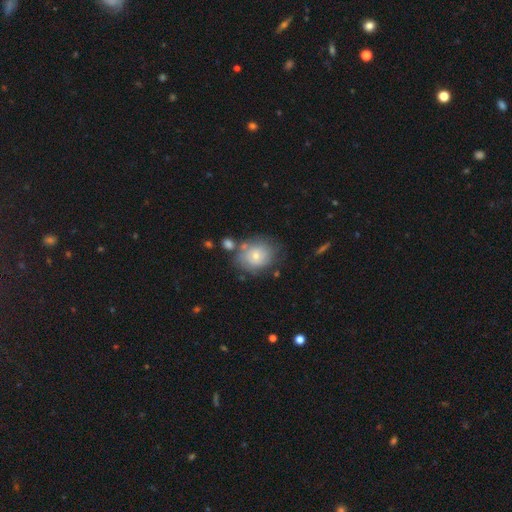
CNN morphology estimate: smooth-or-featured: smooth: 62% | featured or disk: 30% | star or artifact: 8%
  how-rounded: round: 65% | in between: 34% | cigar-shaped: 1%
  merging: none: 64% | minor disturbance: 19% | merger: 9% | major disturbance: 8%